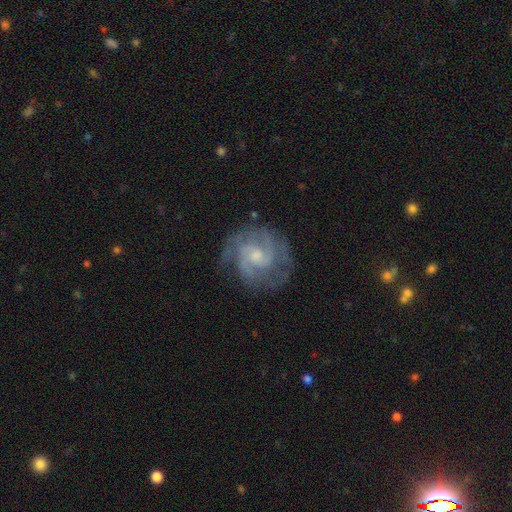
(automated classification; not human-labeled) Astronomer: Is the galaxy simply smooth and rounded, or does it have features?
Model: featured or disk — 86%.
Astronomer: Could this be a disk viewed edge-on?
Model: no — 98%.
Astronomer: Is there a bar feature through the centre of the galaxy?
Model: no — 58% (runner-up: weak, 37%).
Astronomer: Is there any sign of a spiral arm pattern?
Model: yes — 96%.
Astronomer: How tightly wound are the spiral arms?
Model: tight — 52% (runner-up: medium, 40%).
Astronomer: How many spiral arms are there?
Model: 2 — 41% (runner-up: 3, 28%).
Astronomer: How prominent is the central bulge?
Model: small — 47% (runner-up: moderate, 42%).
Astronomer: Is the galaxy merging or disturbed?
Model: none — 73%.